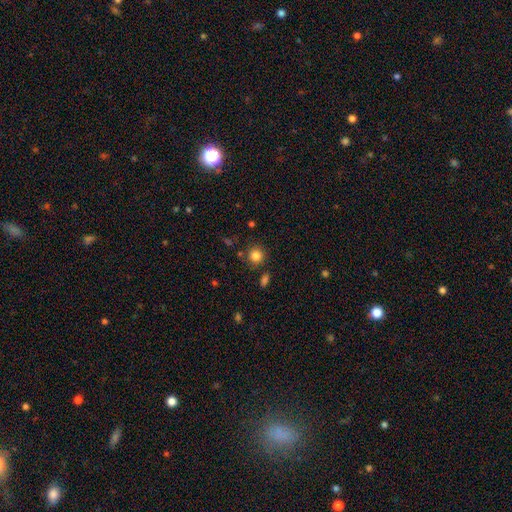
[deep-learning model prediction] smooth_or_featured: smooth (p=0.84) [alt: star or artifact p=0.12]
how_rounded: round (p=0.91) [alt: in between p=0.08]
merging: none (p=0.84) [alt: minor disturbance p=0.08]